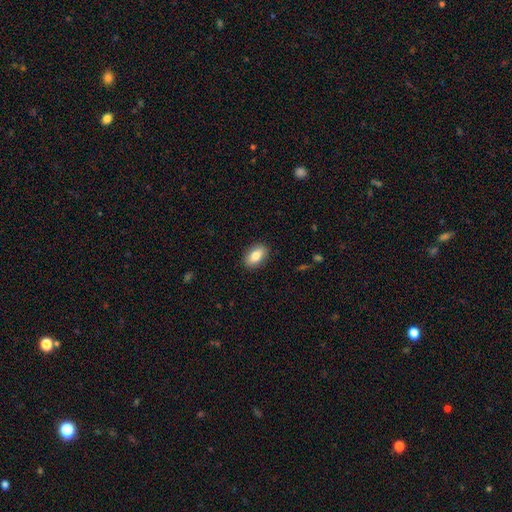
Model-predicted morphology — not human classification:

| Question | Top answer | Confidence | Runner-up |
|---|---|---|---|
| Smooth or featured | smooth | 82% | featured or disk (11%) |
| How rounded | in between | 90% | round (7%) |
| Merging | none | 89% | minor disturbance (8%) |